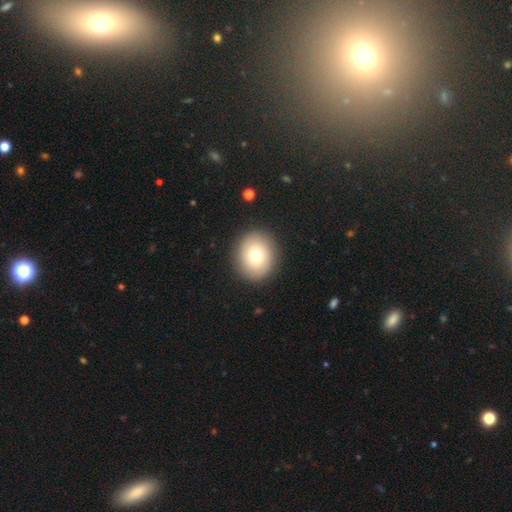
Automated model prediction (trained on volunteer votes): Smooth or featured?
  - smooth: 75% *
  - featured or disk: 15%
  - star or artifact: 10%
How rounded?
  - round: 74% *
  - in between: 25%
  - cigar-shaped: 1%
Merging?
  - none: 90% *
  - minor disturbance: 7%
  - major disturbance: 2%
  - merger: 1%